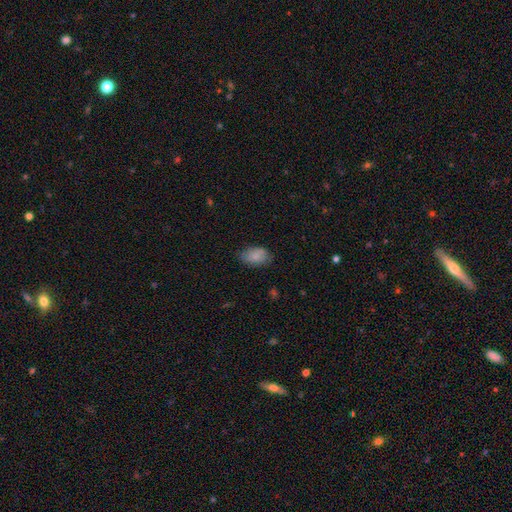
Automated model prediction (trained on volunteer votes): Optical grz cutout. It shows a smooth galaxy with no disk features (82%) that is in between round and cigar-shaped (91%). Merging: none (72%).